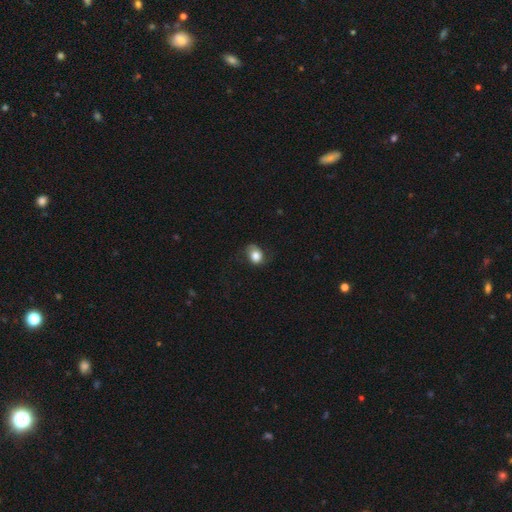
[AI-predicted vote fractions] A smooth galaxy with no disk features (78%) that is in between round and cigar-shaped (51%).

Vote fractions:
- Smooth or featured? smooth: 78% / featured or disk: 14% / star or artifact: 9%
- How rounded? in between: 51% / round: 48% / cigar-shaped: 1%
- Merging? none: 56% / minor disturbance: 28% / major disturbance: 15% / merger: 1%